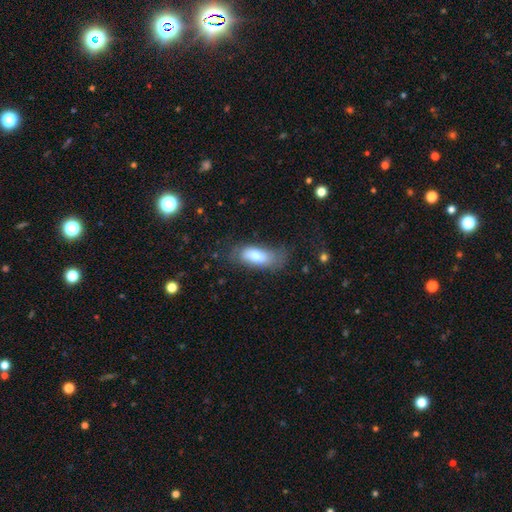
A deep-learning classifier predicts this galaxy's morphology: A smooth galaxy with no disk features (74%) that is in between round and cigar-shaped (82%). Merging: none (55%).